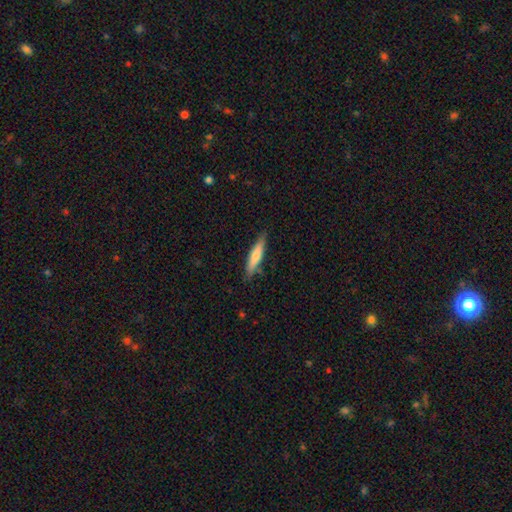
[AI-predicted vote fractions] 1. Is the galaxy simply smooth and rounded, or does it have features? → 61% smooth, 34% featured or disk, 6% star or artifact.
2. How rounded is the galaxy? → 86% cigar-shaped, 12% in between, 1% round.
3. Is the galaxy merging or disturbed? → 84% none, 12% minor disturbance, 2% major disturbance, 2% merger.